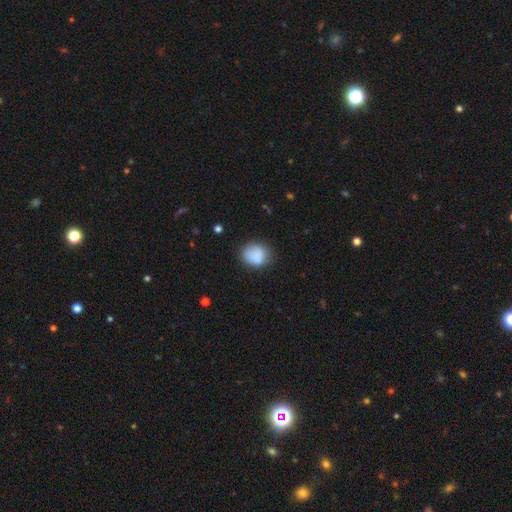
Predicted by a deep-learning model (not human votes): Smooth or featured? Predicted: smooth (p=0.83). How rounded? Predicted: round (p=0.67). Merging? Predicted: none (p=0.68).